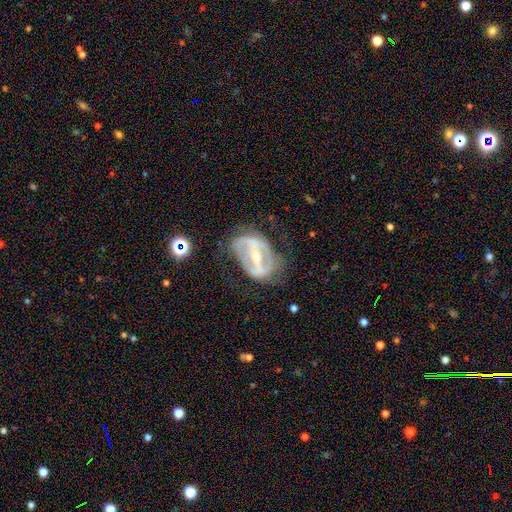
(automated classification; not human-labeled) smooth_or_featured: featured or disk (p=0.79) [alt: smooth p=0.14]
disk_edge_on: no (p=0.94) [alt: yes p=0.06]
bar: strong (p=0.71) [alt: weak p=0.20]
has_spiral_arms: yes (p=0.60) [alt: no p=0.40]
bulge_size: small (p=0.52) [alt: moderate p=0.42]
merging: none (p=0.52) [alt: minor disturbance p=0.26]